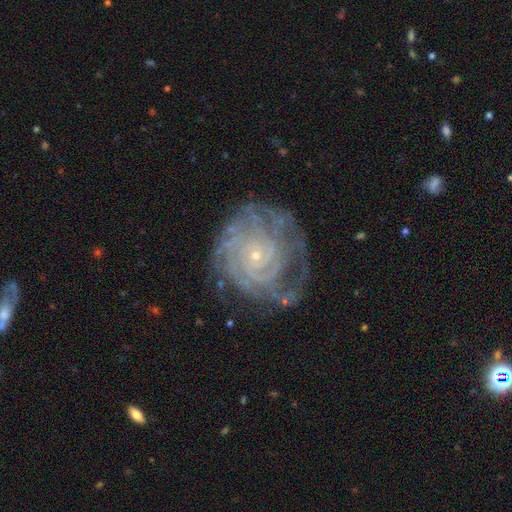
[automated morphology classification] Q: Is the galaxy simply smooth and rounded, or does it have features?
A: featured or disk — 87%.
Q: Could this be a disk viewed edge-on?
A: no — 97%.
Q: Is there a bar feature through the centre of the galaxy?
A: no — 78%.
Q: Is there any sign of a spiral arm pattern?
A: yes — 96%.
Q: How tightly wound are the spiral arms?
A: tight — 81%.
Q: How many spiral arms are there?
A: can't tell — 29%.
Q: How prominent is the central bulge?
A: small — 88%.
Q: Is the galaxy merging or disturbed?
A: none — 67%.